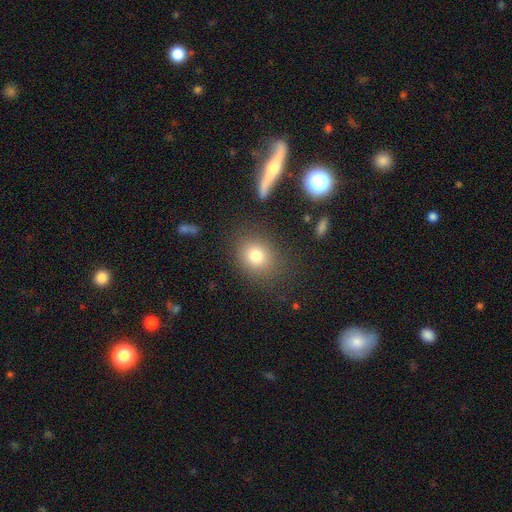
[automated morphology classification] This appears to be a smooth galaxy with no disk features (80%) that is round (66%). Merging: none (82%).